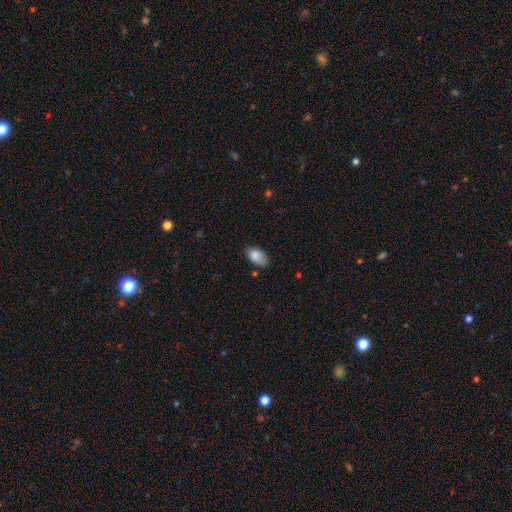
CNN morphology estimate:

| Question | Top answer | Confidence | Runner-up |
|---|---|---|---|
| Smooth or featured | smooth | 83% | featured or disk (9%) |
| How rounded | in between | 92% | round (6%) |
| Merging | none | 63% | minor disturbance (29%) |